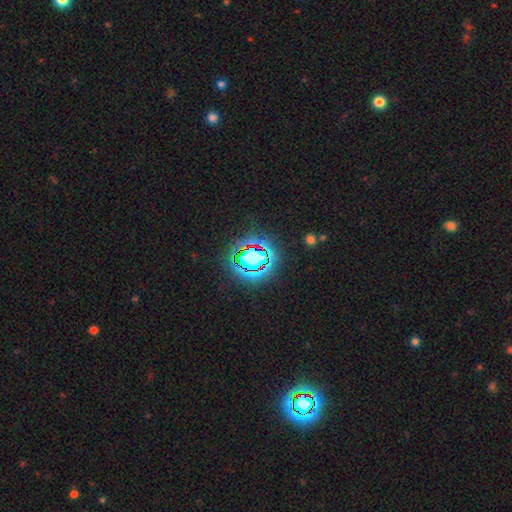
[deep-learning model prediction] Smooth or featured? star or artifact (80%)